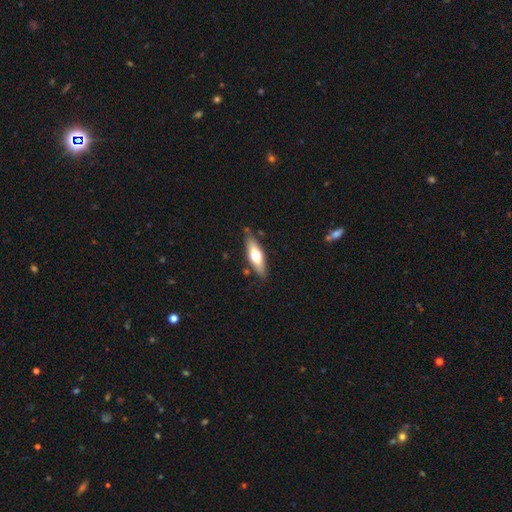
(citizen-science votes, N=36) Smooth or featured? smooth (53%)
How rounded? cigar-shaped (84%)
Merging? none (83%)